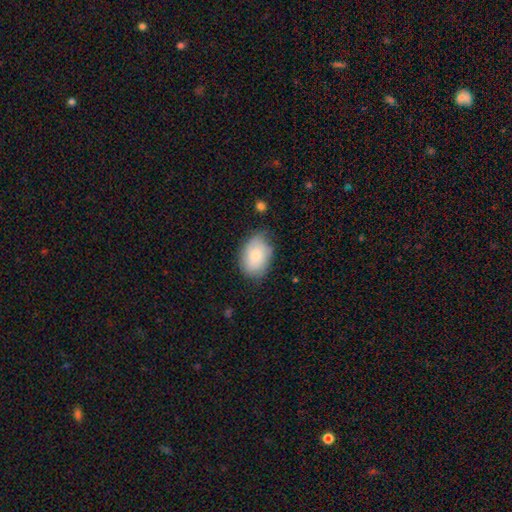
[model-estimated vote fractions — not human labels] Smooth or featured?
  - smooth: 72% *
  - featured or disk: 21%
  - star or artifact: 7%
How rounded?
  - in between: 79% *
  - round: 20%
  - cigar-shaped: 1%
Merging?
  - none: 63% *
  - minor disturbance: 28%
  - major disturbance: 7%
  - merger: 2%